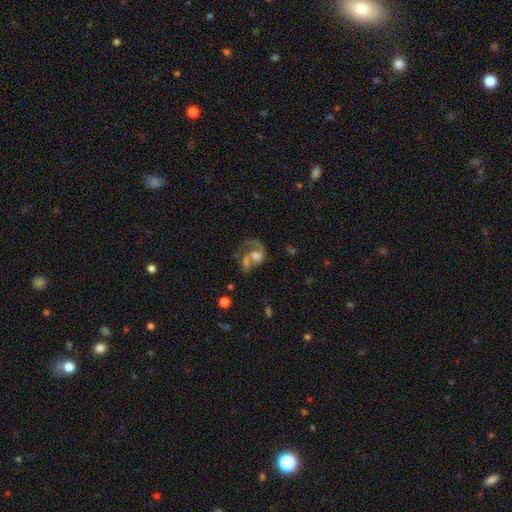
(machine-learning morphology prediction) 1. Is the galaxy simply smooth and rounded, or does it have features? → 63% featured or disk, 27% smooth, 10% star or artifact.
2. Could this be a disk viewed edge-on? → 98% no, 2% yes.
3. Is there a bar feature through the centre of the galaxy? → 73% no, 22% weak, 5% strong.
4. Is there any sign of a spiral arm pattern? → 76% yes, 24% no.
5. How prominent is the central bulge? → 44% moderate, 29% large, 14% small, 9% none, 4% dominant.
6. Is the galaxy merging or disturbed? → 35% merger, 31% major disturbance, 23% none, 11% minor disturbance.